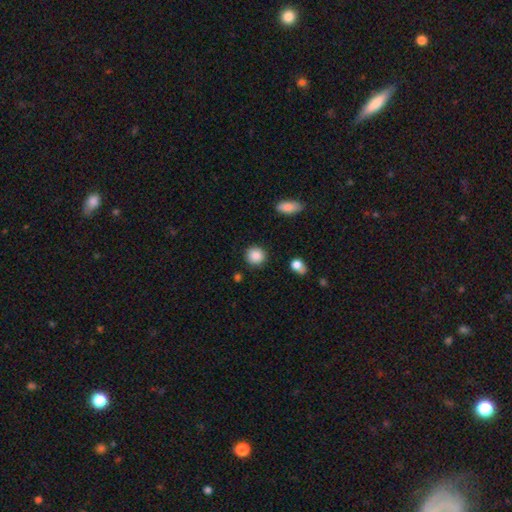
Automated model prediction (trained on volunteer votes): This appears to be a smooth galaxy with no disk features (87%) that is round (90%). Merging: none (89%).